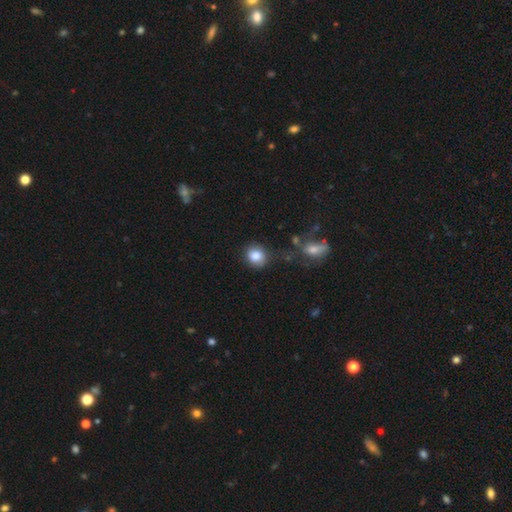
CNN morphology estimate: type=smooth (85%); roundness=round (75%); merging=none (71%).